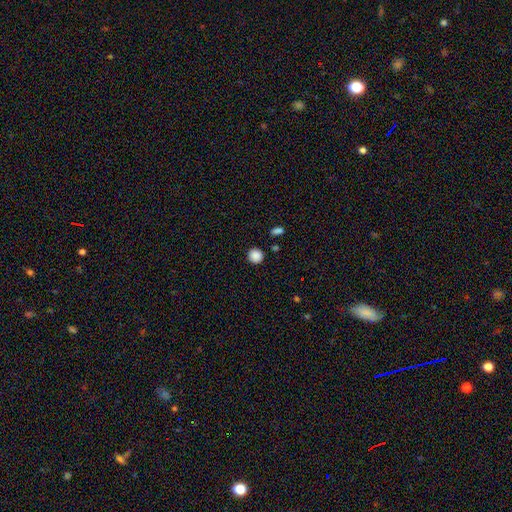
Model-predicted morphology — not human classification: type=smooth (88%); roundness=round (93%); merging=none (90%).